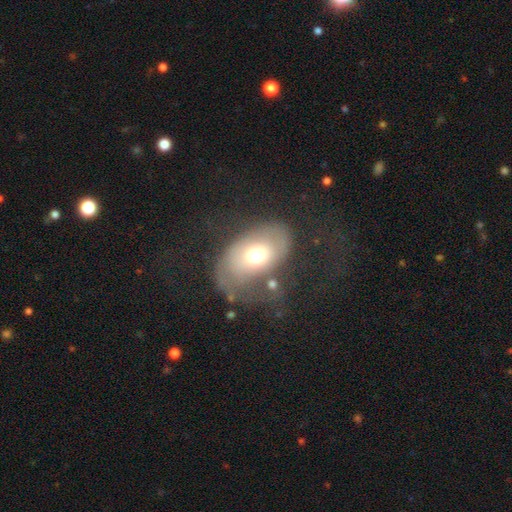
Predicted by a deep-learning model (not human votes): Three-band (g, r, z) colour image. It shows a smooth galaxy with no disk features (56%) that is in between round and cigar-shaped (79%). Merging: none (42%).